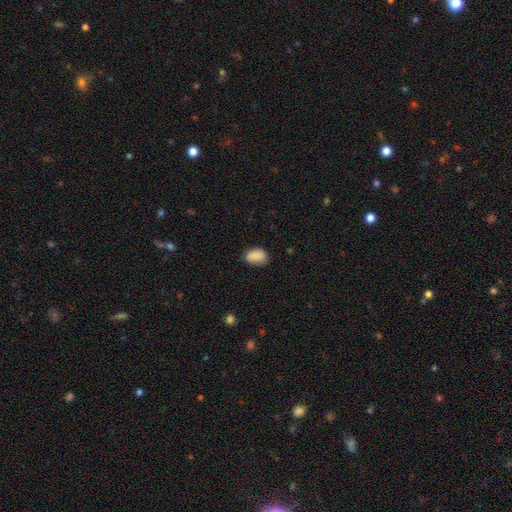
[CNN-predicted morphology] This appears to be a smooth galaxy with no disk features (86%) that is in between round and cigar-shaped (83%). Merging: none (72%).